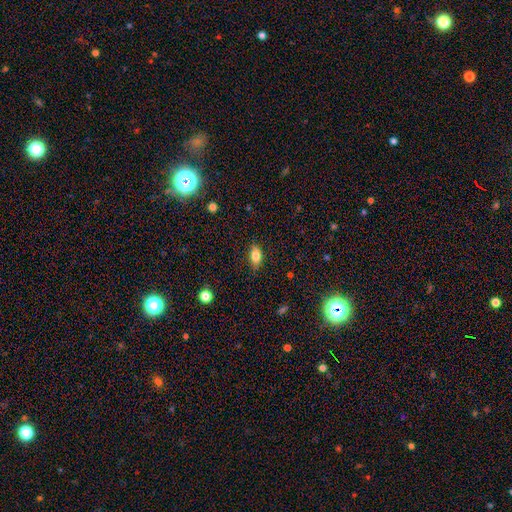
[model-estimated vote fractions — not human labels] Q: Smooth or featured?
A: smooth (80%); runner-up: featured or disk (11%)
Q: How rounded?
A: in between (87%); runner-up: round (7%)
Q: Merging?
A: none (84%); runner-up: minor disturbance (12%)